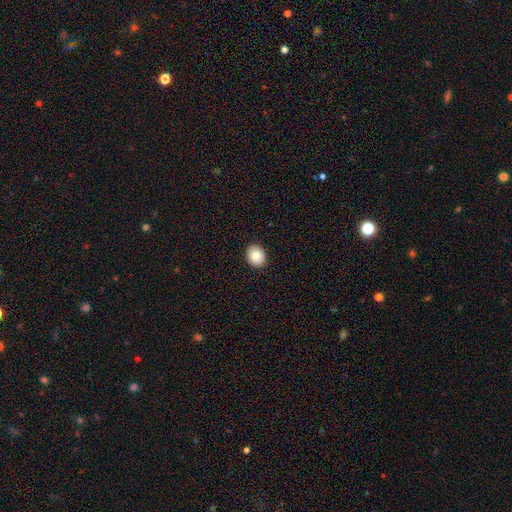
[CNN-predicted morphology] A smooth galaxy with no disk features (77%) that is round (63%). Merging: none (92%).